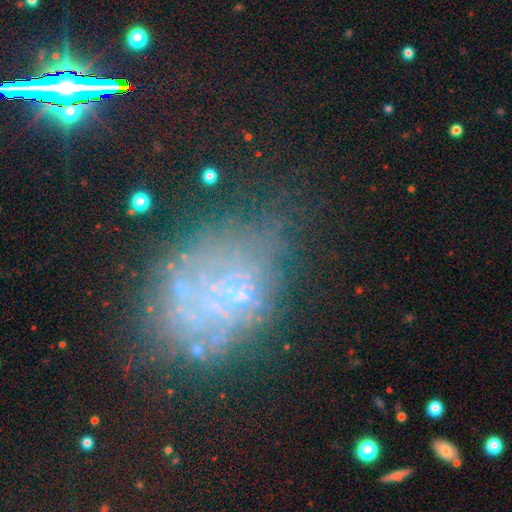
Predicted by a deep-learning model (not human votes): Smooth or featured? featured or disk (44%)
Merging? none (45%)